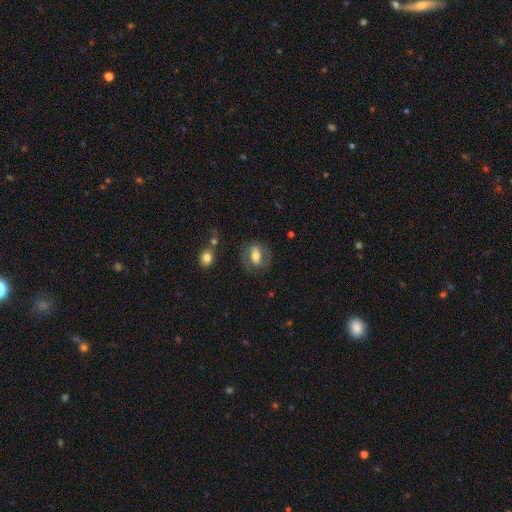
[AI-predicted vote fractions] Overall: featured or disk (55%; smooth 37%). Edge-on disk: no (93%). Bar: strong (40%; weak 34%). Spiral arms: yes (73%). Bulge size: moderate (60%). Merging: none (69%).